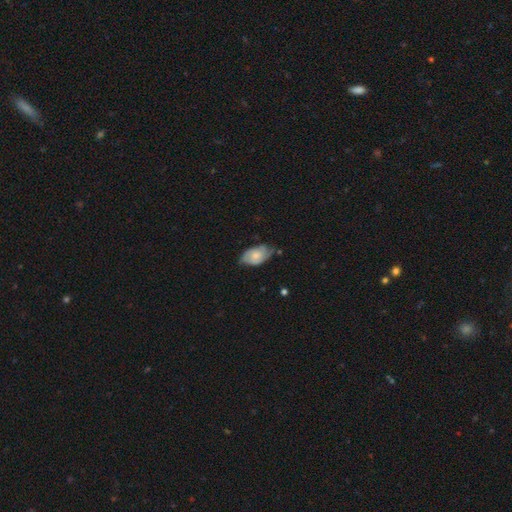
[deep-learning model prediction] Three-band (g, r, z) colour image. It shows a smooth galaxy with no disk features (51%) that is in between round and cigar-shaped (91%). Merging: none (53%).